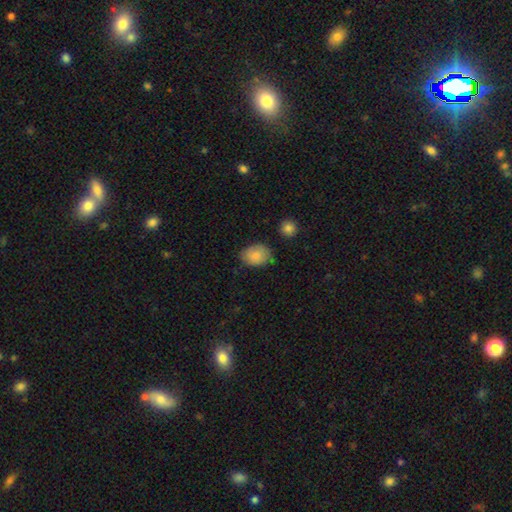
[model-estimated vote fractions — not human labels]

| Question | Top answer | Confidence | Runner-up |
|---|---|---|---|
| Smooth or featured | smooth | 81% | featured or disk (12%) |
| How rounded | in between | 65% | round (34%) |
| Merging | none | 66% | minor disturbance (25%) |